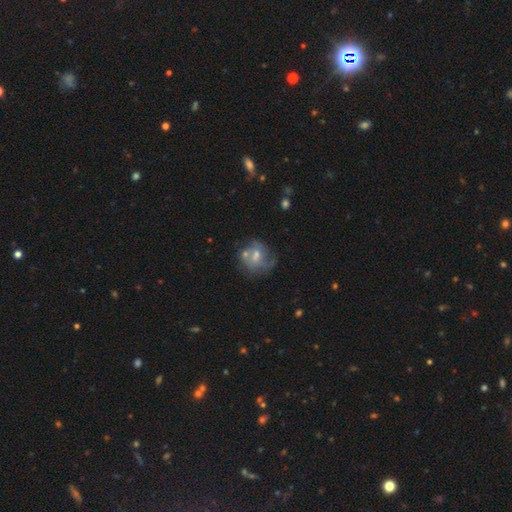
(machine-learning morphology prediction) A featured or disk galaxy (54%) with no bar (59%), spiral arms (58%) and a moderate central bulge (49%).

Vote fractions:
- Smooth or featured? featured or disk: 54% / smooth: 37% / star or artifact: 9%
- Edge-on disk? no: 97% / yes: 3%
- Bar? no: 59% / weak: 35% / strong: 6%
- Spiral arms? yes: 58% / no: 42%
- Bulge size? moderate: 49% / small: 37% / none: 8% / large: 4% / dominant: 1%
- Merging? none: 41% / minor disturbance: 21% / merger: 20% / major disturbance: 18%